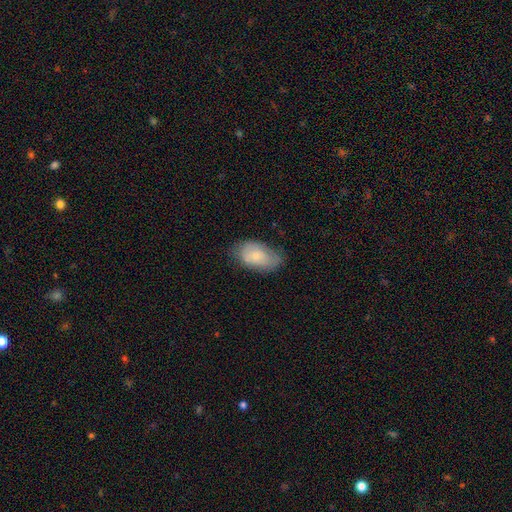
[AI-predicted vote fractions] This is likely a smooth galaxy (68%). How rounded: clearly in between (92%). Merging: likely none (62%).